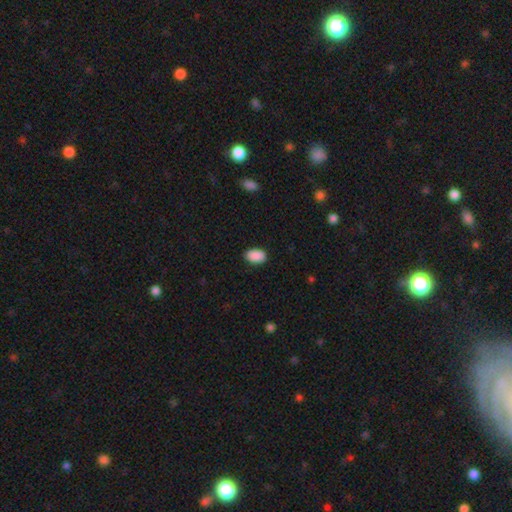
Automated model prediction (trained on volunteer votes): smooth 91%, star or artifact 7%, featured or disk 2%. Down the decision tree: how rounded — in between (90%); merging — none (87%).